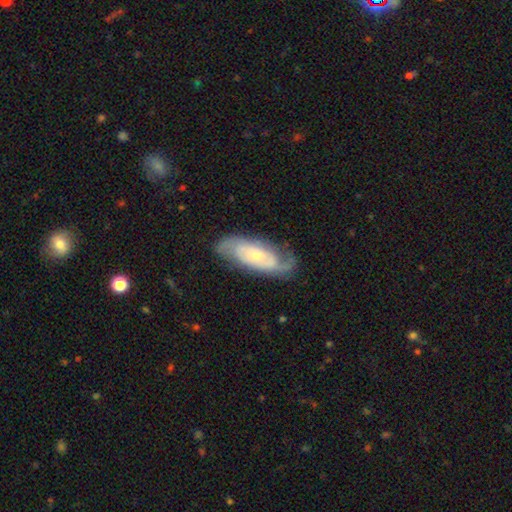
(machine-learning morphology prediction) featured or disk 76%, smooth 19%, star or artifact 5%. Down the decision tree: edge-on disk — no (90%); bar — no (65%); spiral arms — yes (89%); spiral arm count — 2 (63%); spiral winding — tight (47%); bulge size — small (61%); merging — none (71%).